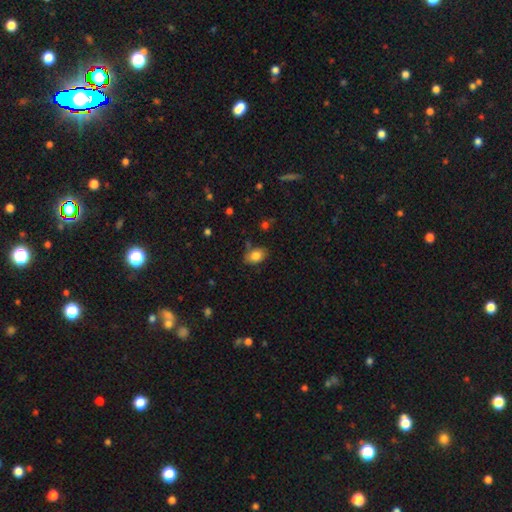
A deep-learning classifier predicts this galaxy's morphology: This is clearly a smooth galaxy (83%). How rounded: clearly in between (82%). Merging: likely none (74%).